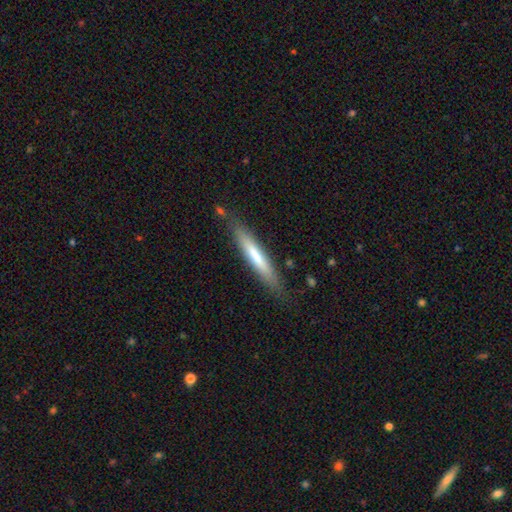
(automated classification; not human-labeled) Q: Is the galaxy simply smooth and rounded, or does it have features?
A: smooth — 48%.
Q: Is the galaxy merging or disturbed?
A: none — 85%.